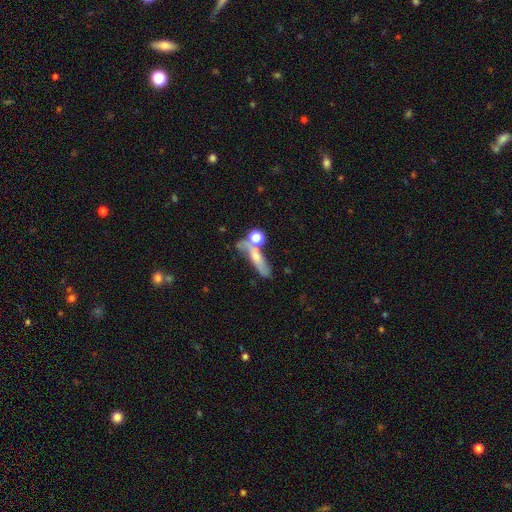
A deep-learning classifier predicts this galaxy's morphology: smooth_or_featured: smooth (p=0.47) [alt: featured or disk p=0.40]
merging: none (p=0.39) [alt: merger p=0.28]